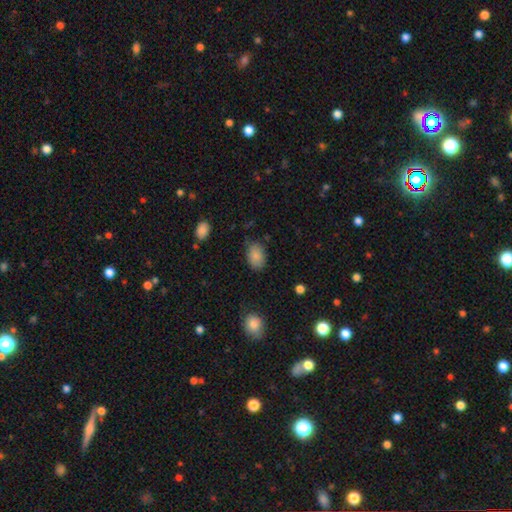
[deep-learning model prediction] Q: Smooth or featured?
A: smooth (85%); runner-up: star or artifact (8%)
Q: How rounded?
A: in between (85%); runner-up: round (14%)
Q: Merging?
A: none (76%); runner-up: minor disturbance (18%)